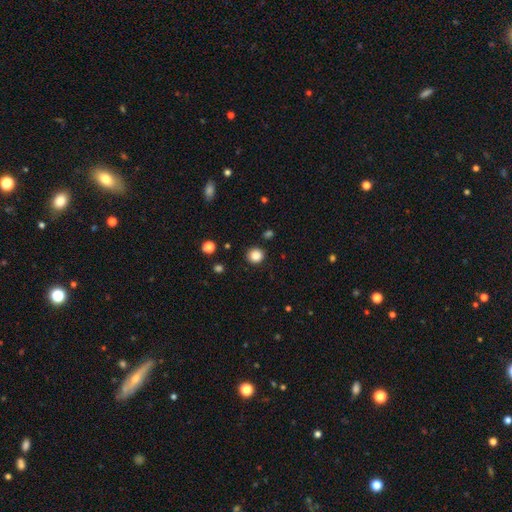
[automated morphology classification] Smooth or featured?
  - smooth: 85% *
  - star or artifact: 11%
  - featured or disk: 3%
How rounded?
  - round: 93% *
  - in between: 6%
  - cigar-shaped: 1%
Merging?
  - none: 91% *
  - minor disturbance: 6%
  - major disturbance: 2%
  - merger: 2%